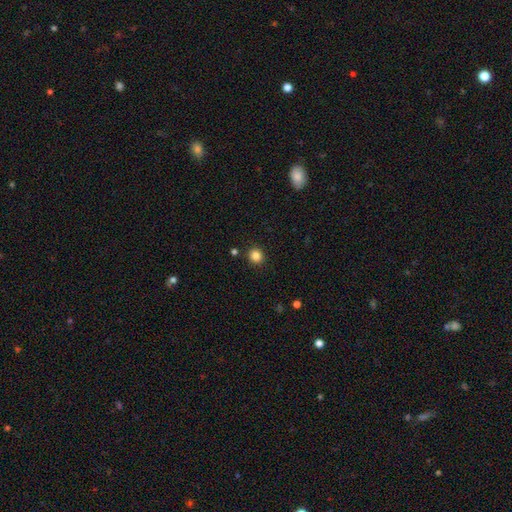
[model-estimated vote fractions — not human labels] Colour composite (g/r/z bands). It shows a smooth galaxy with no disk features (84%) that is round (90%). Merging: none (91%).